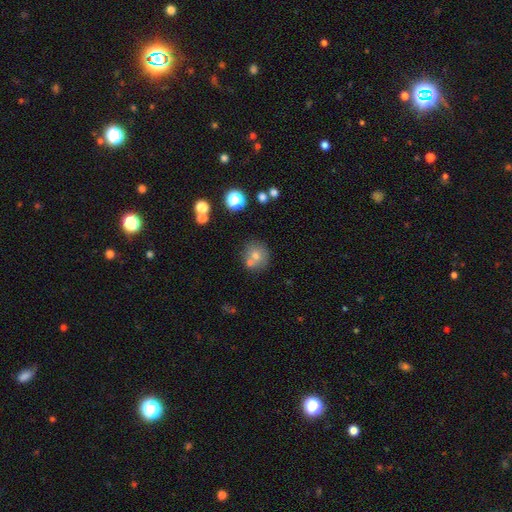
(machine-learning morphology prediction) A smooth galaxy with no disk features (69%) that is round (87%). Merging: none (59%).